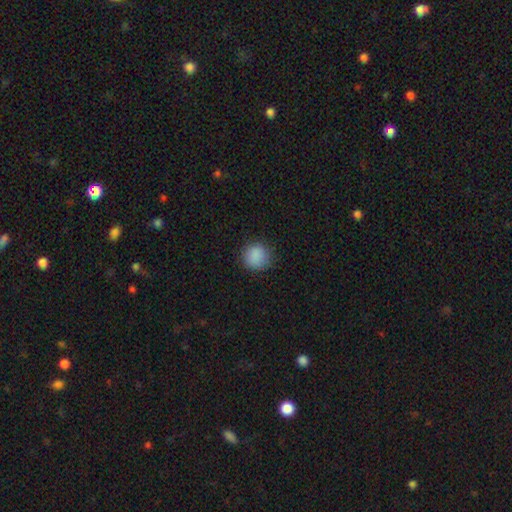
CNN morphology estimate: This is clearly a smooth galaxy (87%). How rounded: clearly round (90%). Merging: clearly none (85%).